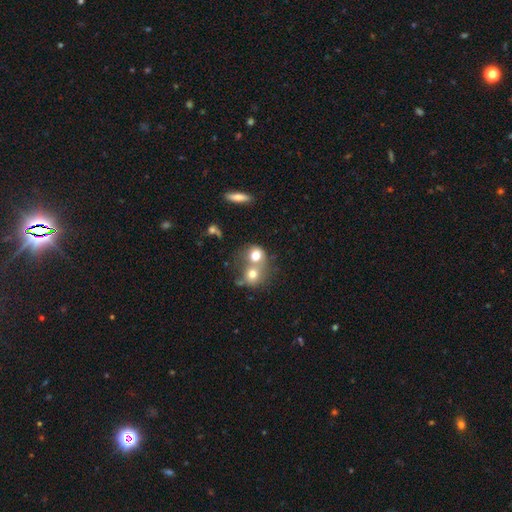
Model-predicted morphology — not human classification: Q: Smooth or featured?
A: smooth (72%); runner-up: featured or disk (17%)
Q: How rounded?
A: round (72%); runner-up: in between (27%)
Q: Merging?
A: merger (63%); runner-up: none (26%)